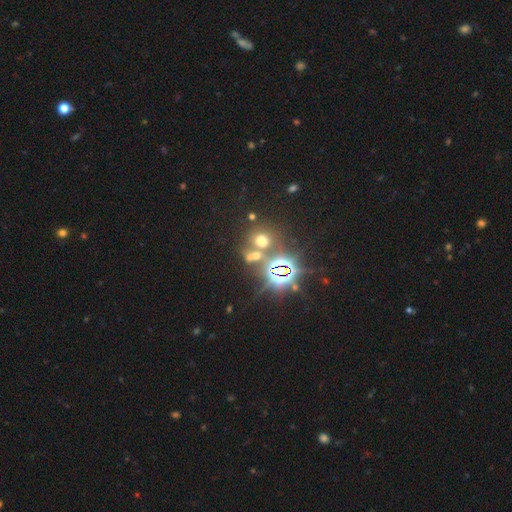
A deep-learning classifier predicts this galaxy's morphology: The model was most divided on "smooth or featured": star or artifact: 51%, smooth: 39%, featured or disk: 10%.